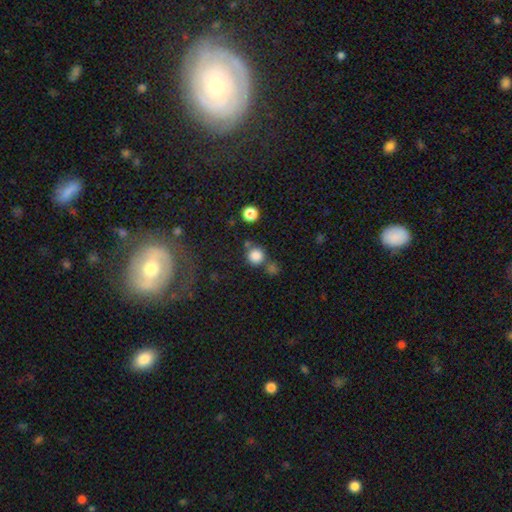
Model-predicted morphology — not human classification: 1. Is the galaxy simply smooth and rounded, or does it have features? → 82% smooth, 12% star or artifact, 5% featured or disk.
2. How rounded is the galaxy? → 92% round, 7% in between, 1% cigar-shaped.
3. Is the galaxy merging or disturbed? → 67% none, 20% merger, 10% minor disturbance, 4% major disturbance.